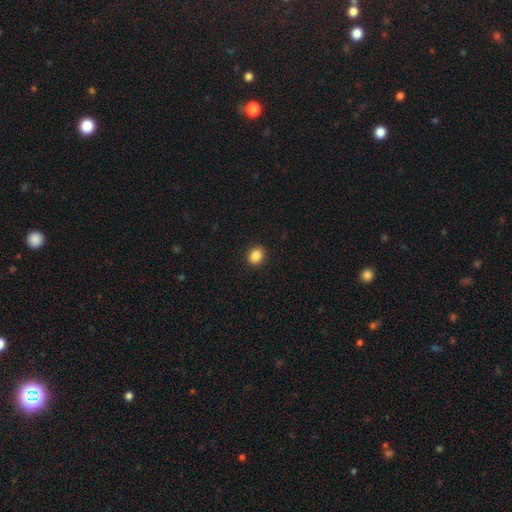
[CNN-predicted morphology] Smooth or featured: smooth — 87% (star or artifact — 9%)
How rounded: round — 50% (in between — 49%)
Merging: none — 91% (minor disturbance — 6%)